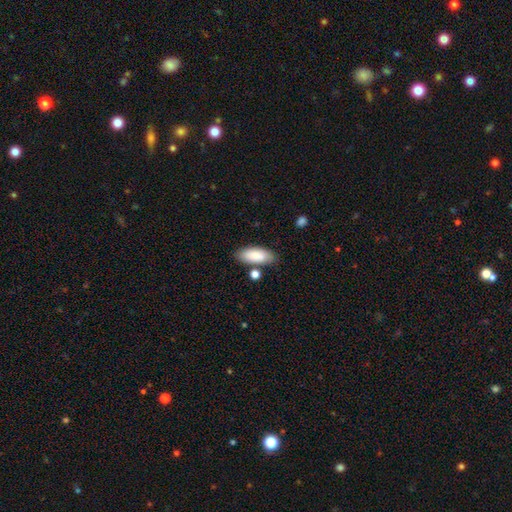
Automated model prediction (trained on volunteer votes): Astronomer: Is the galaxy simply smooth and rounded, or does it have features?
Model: smooth — 85%.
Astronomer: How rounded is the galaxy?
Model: in between — 84%.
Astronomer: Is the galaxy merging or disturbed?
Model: none — 75%.